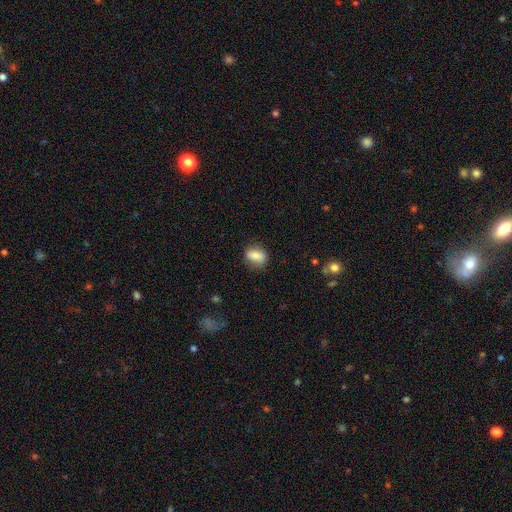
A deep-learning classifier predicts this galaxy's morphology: Smooth or featured? smooth (81%)
How rounded? in between (74%)
Merging? none (77%)